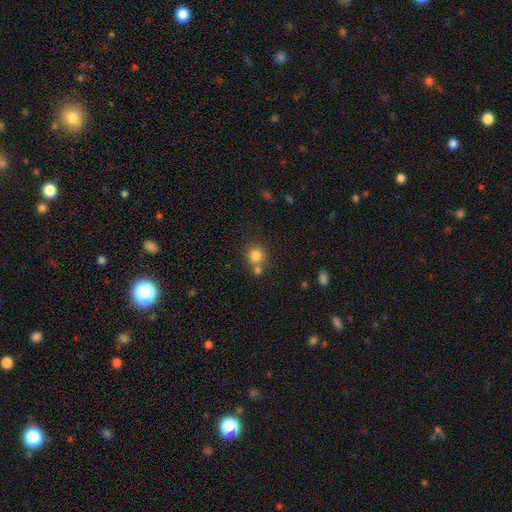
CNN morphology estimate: Smooth or featured? Predicted: smooth (p=0.81). How rounded? Predicted: round (p=0.88). Merging? Predicted: none (p=0.58).